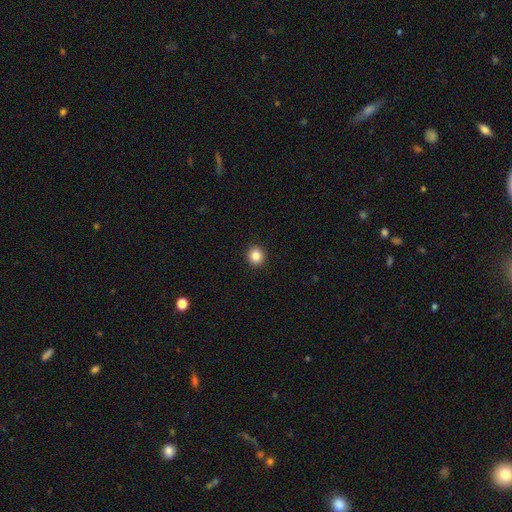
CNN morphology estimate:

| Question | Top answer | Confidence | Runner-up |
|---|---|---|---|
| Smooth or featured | smooth | 86% | star or artifact (10%) |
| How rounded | round | 89% | in between (10%) |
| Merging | none | 93% | minor disturbance (5%) |